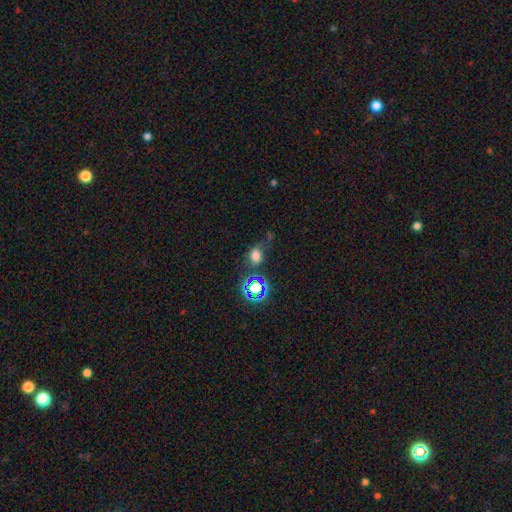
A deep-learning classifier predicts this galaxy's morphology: Smooth or featured? smooth (66%)
How rounded? in between (55%)
Merging? none (56%)